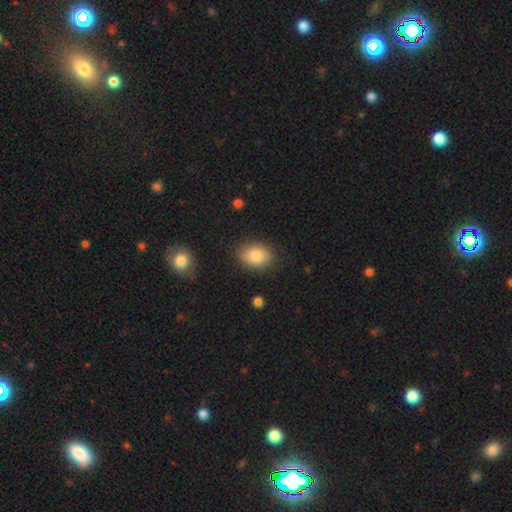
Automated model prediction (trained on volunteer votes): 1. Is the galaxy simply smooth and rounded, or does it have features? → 84% smooth, 8% featured or disk, 8% star or artifact.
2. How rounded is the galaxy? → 77% in between, 21% round, 1% cigar-shaped.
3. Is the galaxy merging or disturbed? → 83% none, 12% minor disturbance, 3% major disturbance, 2% merger.